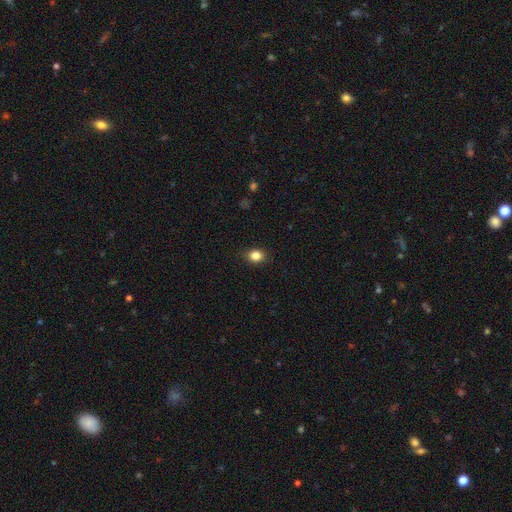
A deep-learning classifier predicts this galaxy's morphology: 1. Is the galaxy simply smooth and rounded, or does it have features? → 84% smooth, 11% star or artifact, 5% featured or disk.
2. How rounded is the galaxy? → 60% round, 39% in between, 1% cigar-shaped.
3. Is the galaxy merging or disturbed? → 87% none, 10% minor disturbance, 2% major disturbance, 1% merger.